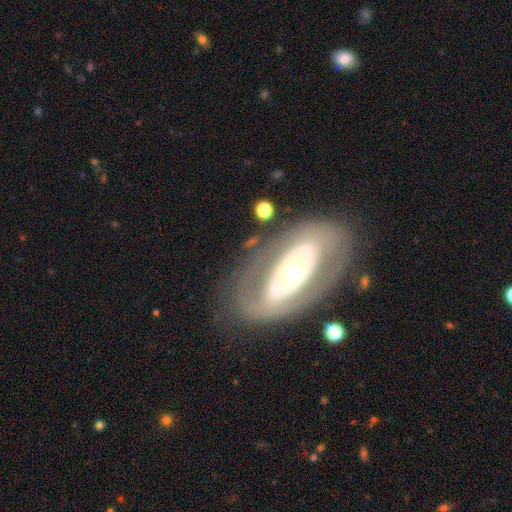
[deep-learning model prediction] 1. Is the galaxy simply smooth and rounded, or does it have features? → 74% featured or disk, 20% smooth, 6% star or artifact.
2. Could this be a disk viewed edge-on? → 91% no, 9% yes.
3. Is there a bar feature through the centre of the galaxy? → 66% no, 17% weak, 16% strong.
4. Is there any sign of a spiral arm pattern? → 60% no, 40% yes.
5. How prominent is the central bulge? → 56% moderate, 28% small, 12% large, 2% dominant, 1% none.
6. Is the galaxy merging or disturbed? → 77% none, 13% minor disturbance, 9% major disturbance, 2% merger.